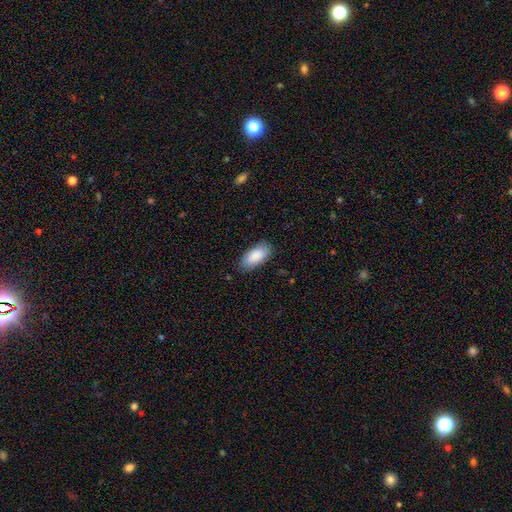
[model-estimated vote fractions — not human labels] Smooth or featured? Predicted: smooth (p=0.88). How rounded? Predicted: in between (p=0.92). Merging? Predicted: none (p=0.84).